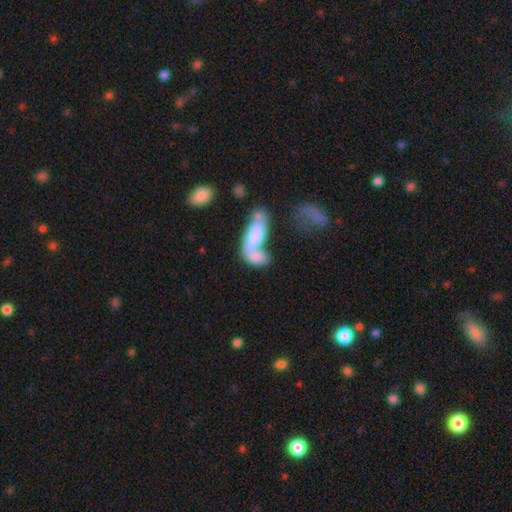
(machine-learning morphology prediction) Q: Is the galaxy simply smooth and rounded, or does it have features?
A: smooth — 69%.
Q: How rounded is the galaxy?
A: in between — 78%.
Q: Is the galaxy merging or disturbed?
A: merger — 67%.